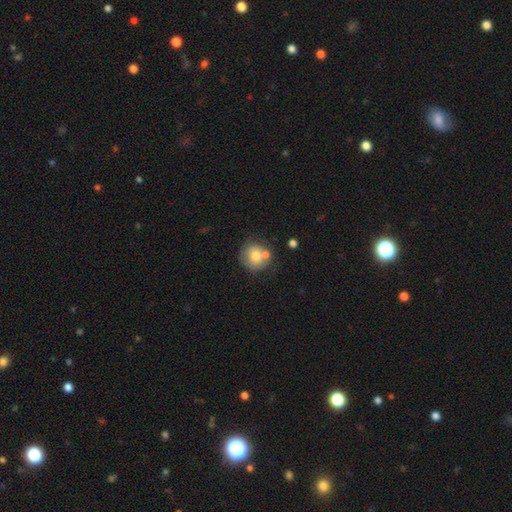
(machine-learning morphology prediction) type=smooth (70%); roundness=round (89%); merging=none (54%).